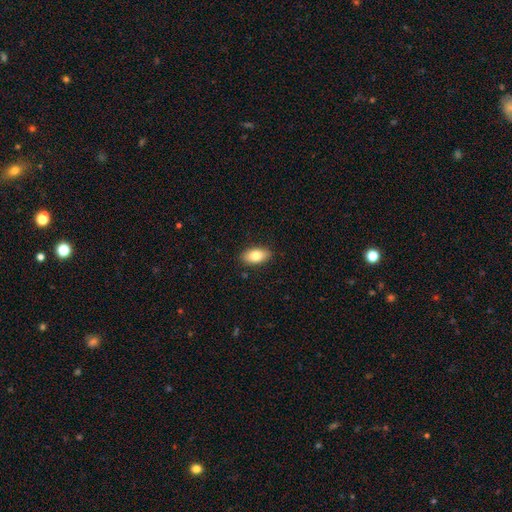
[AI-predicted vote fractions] smooth-or-featured: smooth: 81% | featured or disk: 12% | star or artifact: 7%
  how-rounded: in between: 91% | round: 4% | cigar-shaped: 4%
  merging: none: 88% | minor disturbance: 9% | major disturbance: 2% | merger: 1%